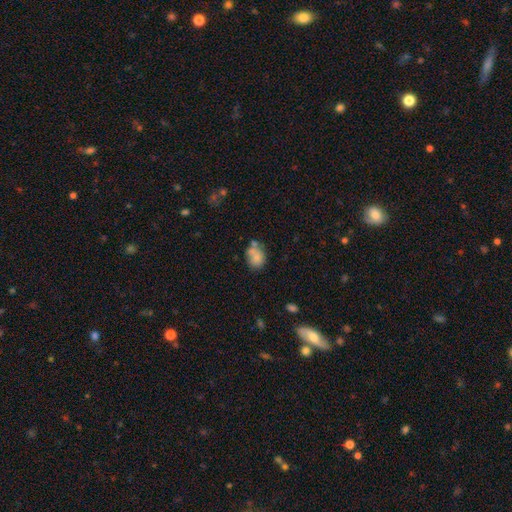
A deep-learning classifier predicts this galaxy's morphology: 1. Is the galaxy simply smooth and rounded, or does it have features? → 76% smooth, 14% featured or disk, 10% star or artifact.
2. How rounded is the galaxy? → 53% in between, 46% round, 1% cigar-shaped.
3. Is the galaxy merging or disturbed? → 45% none, 27% merger, 21% minor disturbance, 8% major disturbance.